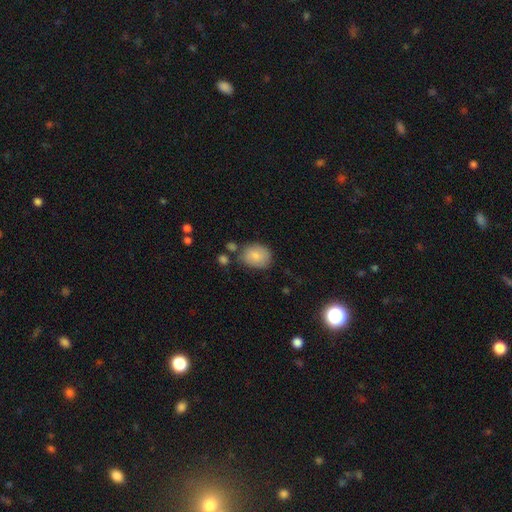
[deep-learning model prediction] Smooth or featured? smooth (82%)
How rounded? in between (54%)
Merging? none (65%)